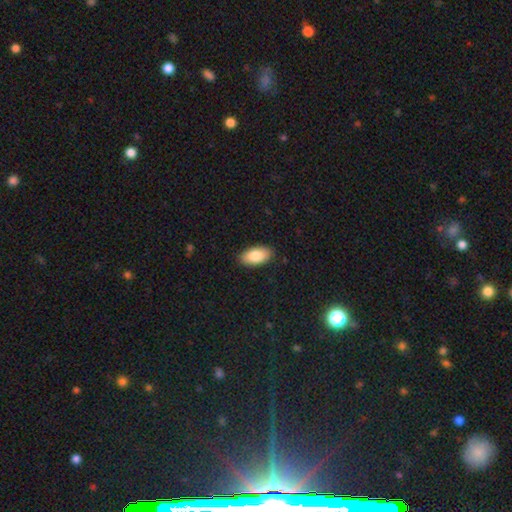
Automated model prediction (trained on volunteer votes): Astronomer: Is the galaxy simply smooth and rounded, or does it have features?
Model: smooth — 84%.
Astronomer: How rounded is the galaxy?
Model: in between — 94%.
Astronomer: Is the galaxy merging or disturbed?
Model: none — 88%.